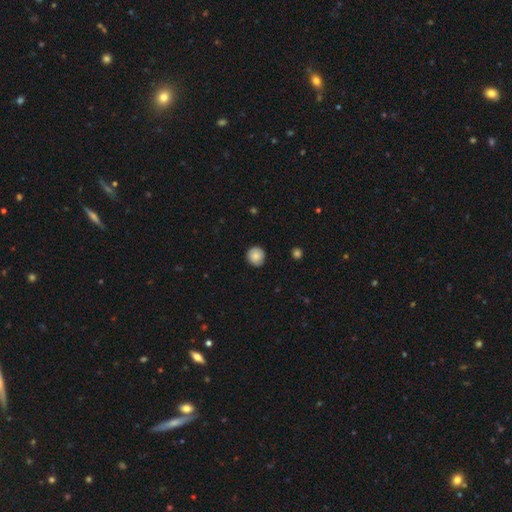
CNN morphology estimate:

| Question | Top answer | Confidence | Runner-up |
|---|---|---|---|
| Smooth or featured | smooth | 85% | star or artifact (8%) |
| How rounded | round | 93% | in between (6%) |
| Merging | none | 88% | minor disturbance (9%) |